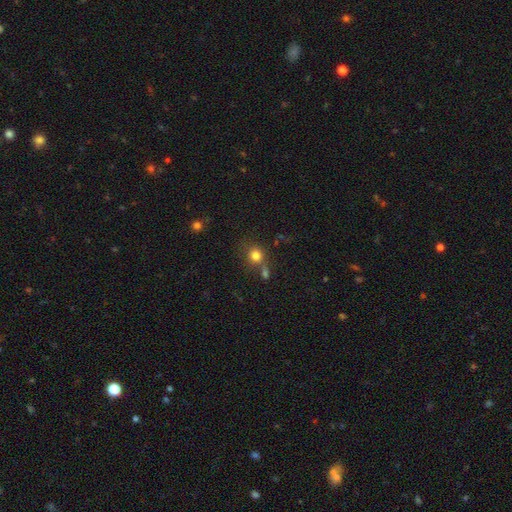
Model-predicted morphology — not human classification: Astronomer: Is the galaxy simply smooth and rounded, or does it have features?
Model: smooth — 80%.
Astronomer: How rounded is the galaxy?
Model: round — 84%.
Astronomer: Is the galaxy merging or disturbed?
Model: none — 62%.